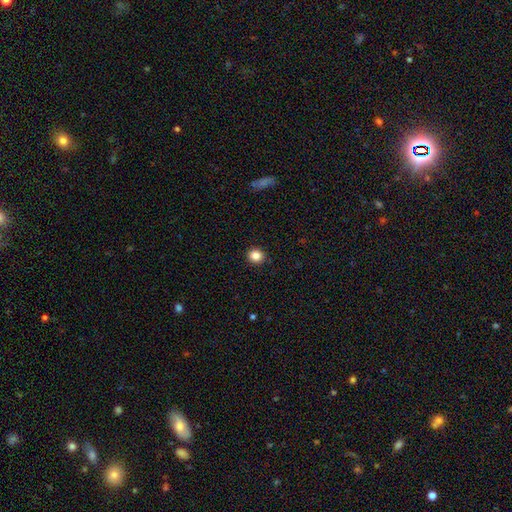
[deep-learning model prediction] This is clearly a smooth galaxy (85%). How rounded: clearly round (85%). Merging: clearly none (92%).